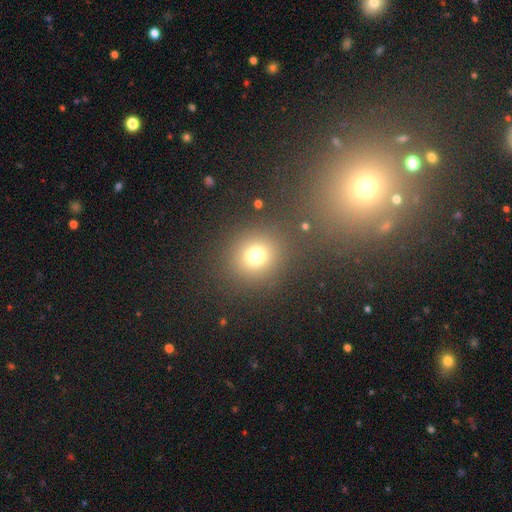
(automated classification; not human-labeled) Morphology: type=smooth (73%); roundness=round (85%); merging=none (83%).